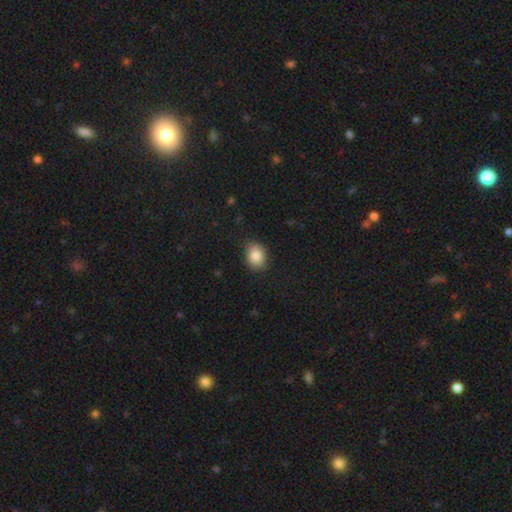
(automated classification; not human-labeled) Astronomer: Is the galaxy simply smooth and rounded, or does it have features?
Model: smooth — 86%.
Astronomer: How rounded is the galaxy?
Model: in between — 59% (runner-up: round, 40%).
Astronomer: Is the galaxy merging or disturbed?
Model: none — 84%.